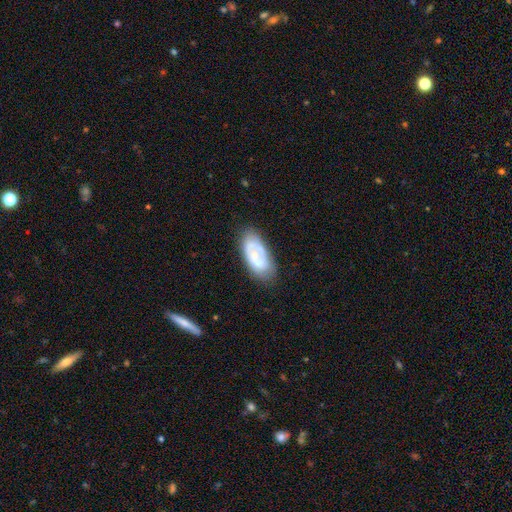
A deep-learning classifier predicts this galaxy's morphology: This is possibly a featured or disk galaxy (52%). It is clearly not viewed edge-on (93%). Merging: likely none (66%).